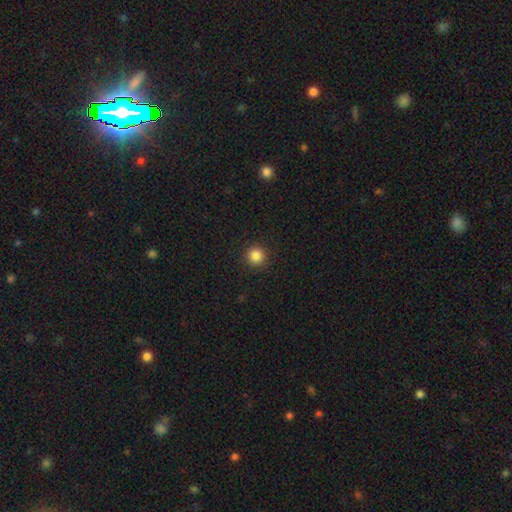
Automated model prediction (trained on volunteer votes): A smooth galaxy with no disk features (85%) that is round (95%).

Vote fractions:
- Smooth or featured? smooth: 85% / star or artifact: 11% / featured or disk: 4%
- How rounded? round: 95% / in between: 4% / cigar-shaped: 1%
- Merging? none: 92% / minor disturbance: 5% / major disturbance: 2% / merger: 1%